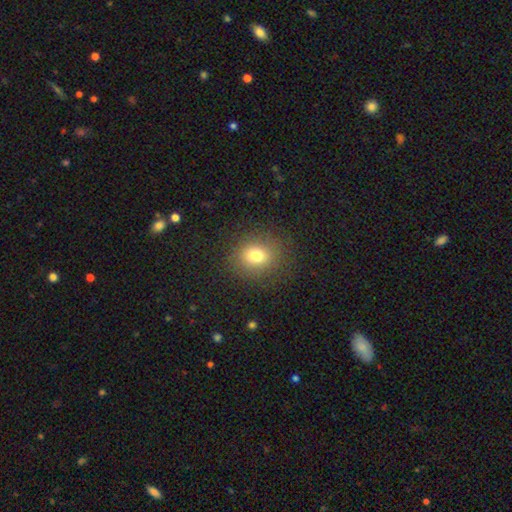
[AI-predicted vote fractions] Overall: smooth (76%). How rounded: round (70%). Merging: none (86%).